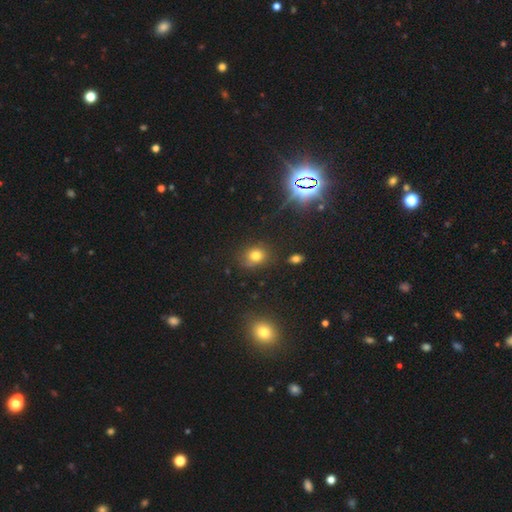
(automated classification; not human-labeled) This appears to be a smooth galaxy with no disk features (73%) that is round (66%). Merging: none (75%).